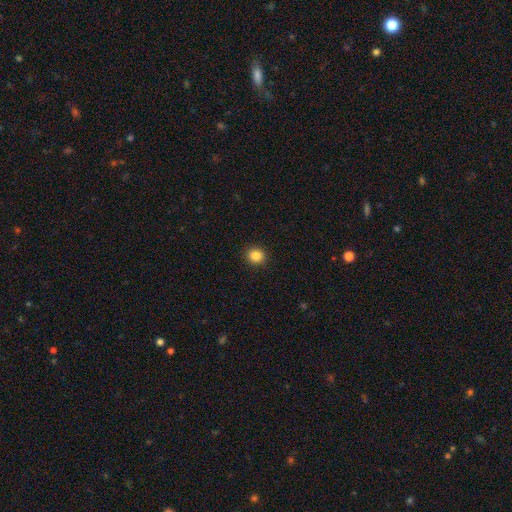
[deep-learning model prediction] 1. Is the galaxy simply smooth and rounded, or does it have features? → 86% smooth, 11% star or artifact, 3% featured or disk.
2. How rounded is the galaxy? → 86% round, 14% in between, 1% cigar-shaped.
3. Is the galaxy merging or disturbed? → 92% none, 5% minor disturbance, 2% major disturbance, 1% merger.